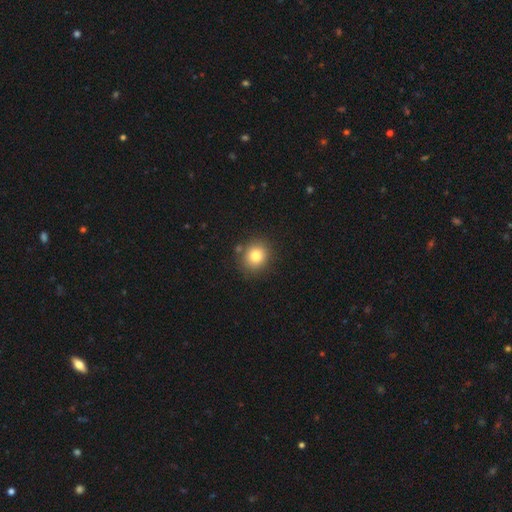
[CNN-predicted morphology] Smooth or featured: smooth — 80% (star or artifact — 11%)
How rounded: round — 80% (in between — 19%)
Merging: none — 83% (minor disturbance — 10%)